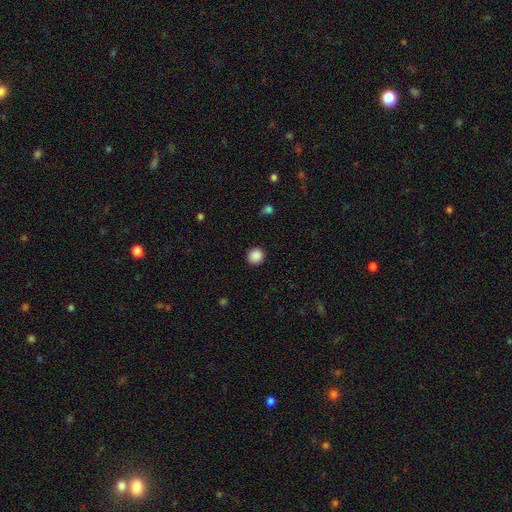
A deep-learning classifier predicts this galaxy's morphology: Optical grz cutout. It shows a smooth galaxy with no disk features (88%) that is round (92%). Merging: none (92%).